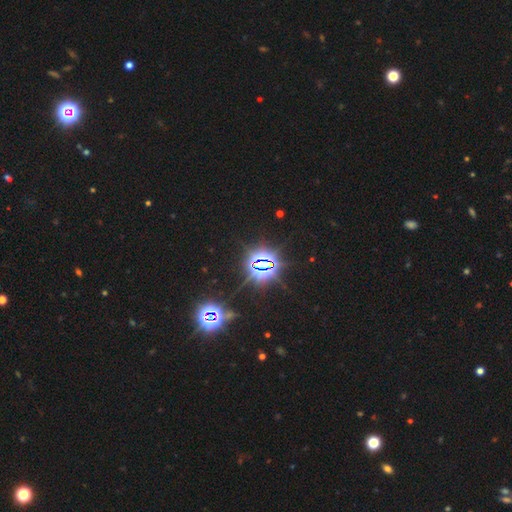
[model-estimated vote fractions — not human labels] A star or artifact, not a galaxy (85%).